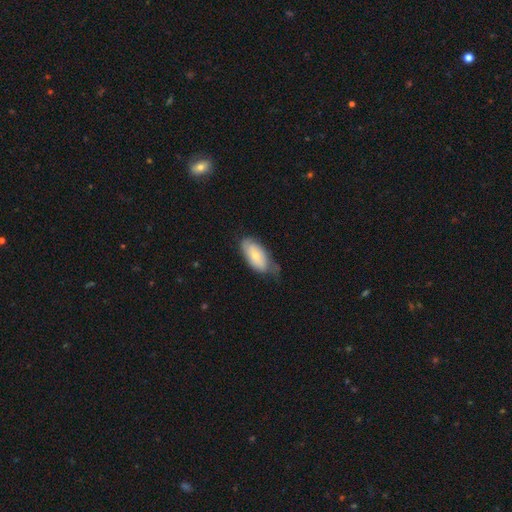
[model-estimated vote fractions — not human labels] smooth 60%, featured or disk 34%, star or artifact 6%. Down the decision tree: how rounded — in between (91%); merging — none (47%).